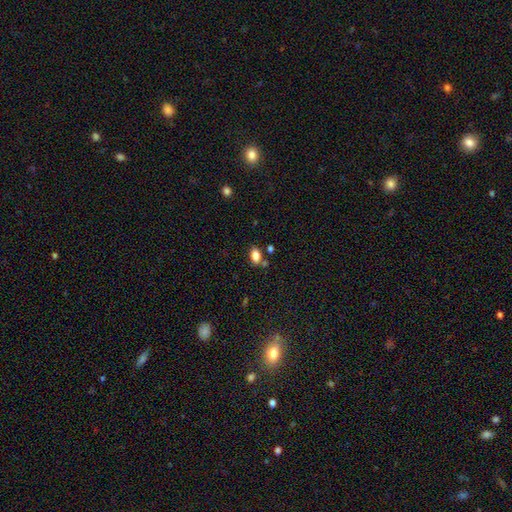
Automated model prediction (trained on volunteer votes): A smooth galaxy with no disk features (83%) that is in between round and cigar-shaped (86%).

Vote fractions:
- Smooth or featured? smooth: 83% / star or artifact: 10% / featured or disk: 7%
- How rounded? in between: 86% / round: 12% / cigar-shaped: 2%
- Merging? none: 73% / minor disturbance: 13% / merger: 10% / major disturbance: 3%